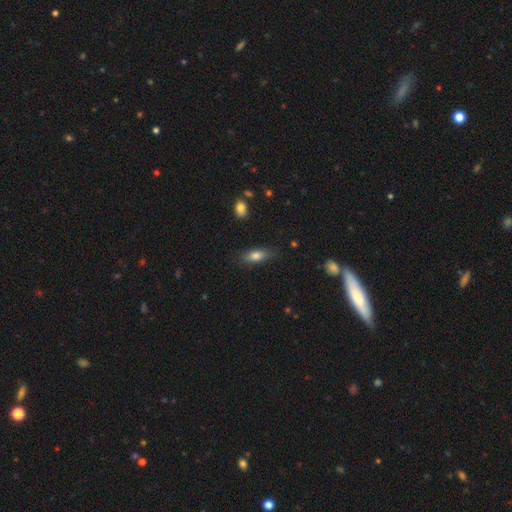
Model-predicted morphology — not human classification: This is likely a smooth galaxy (79%). How rounded: likely in between (76%). Merging: likely none (78%).